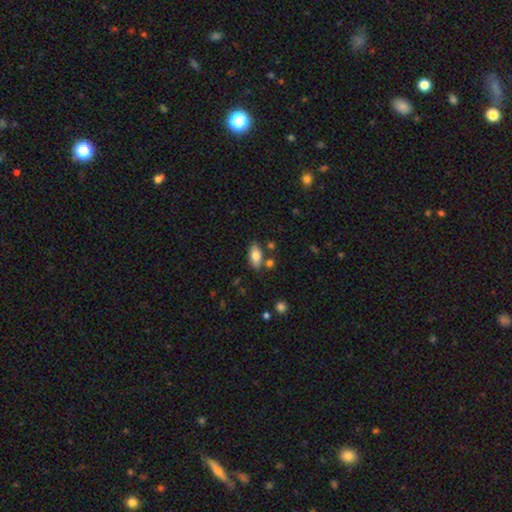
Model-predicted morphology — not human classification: type=smooth (79%); roundness=in between (87%); merging=none (76%).